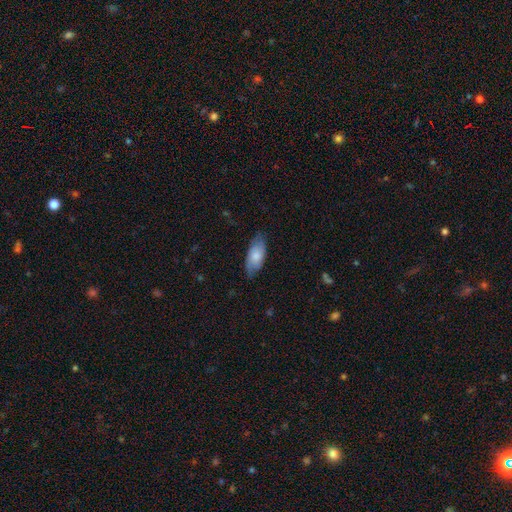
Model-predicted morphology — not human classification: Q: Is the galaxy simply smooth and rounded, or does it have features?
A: smooth — 73%.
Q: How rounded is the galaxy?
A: in between — 88%.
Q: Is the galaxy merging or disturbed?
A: none — 74%.